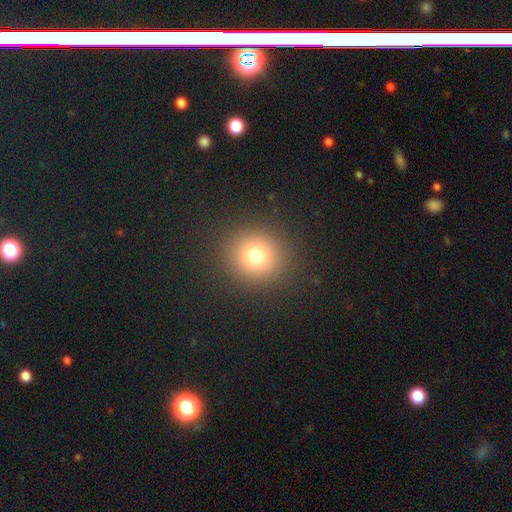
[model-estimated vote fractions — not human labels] Smooth or featured? Predicted: smooth (p=0.76). How rounded? Predicted: round (p=0.92). Merging? Predicted: none (p=0.91).